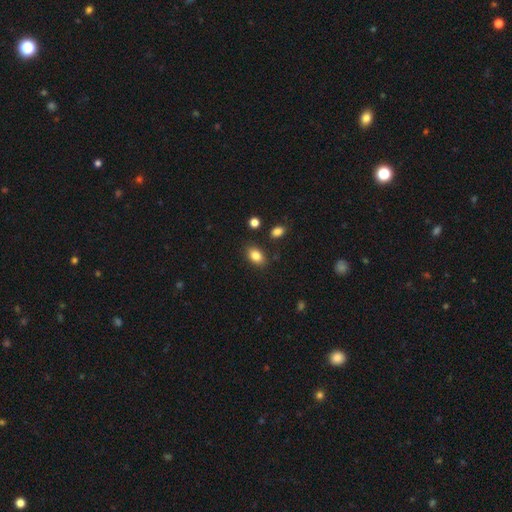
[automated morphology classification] Q: Smooth or featured?
A: smooth (85%); runner-up: star or artifact (9%)
Q: How rounded?
A: in between (84%); runner-up: round (14%)
Q: Merging?
A: none (83%); runner-up: minor disturbance (11%)